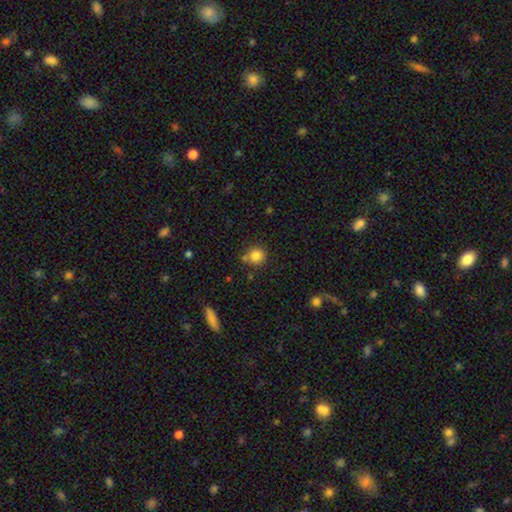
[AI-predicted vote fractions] smooth_or_featured: smooth (p=0.83) [alt: star or artifact p=0.11]
how_rounded: round (p=0.89) [alt: in between p=0.10]
merging: none (p=0.69) [alt: minor disturbance p=0.14]